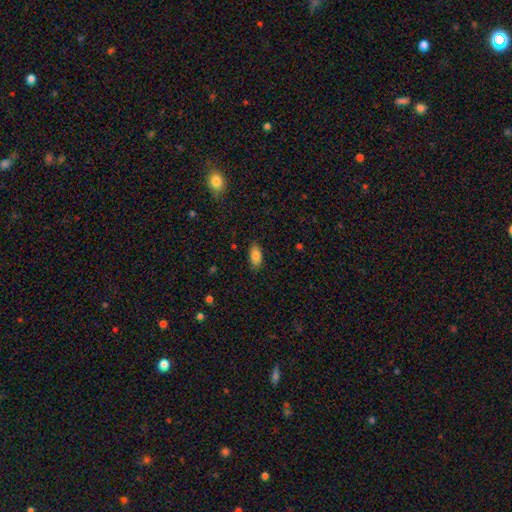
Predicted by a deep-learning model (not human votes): smooth 84%, featured or disk 9%, star or artifact 8%. Down the decision tree: how rounded — in between (91%); merging — none (83%).